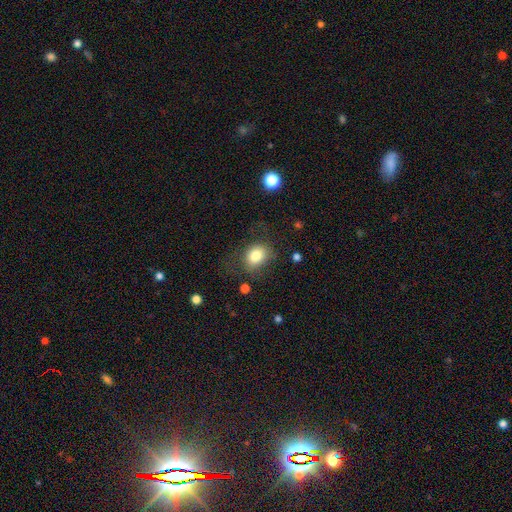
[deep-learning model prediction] Q: Smooth or featured?
A: smooth (80%); runner-up: featured or disk (10%)
Q: How rounded?
A: in between (53%); runner-up: round (46%)
Q: Merging?
A: none (62%); runner-up: minor disturbance (21%)